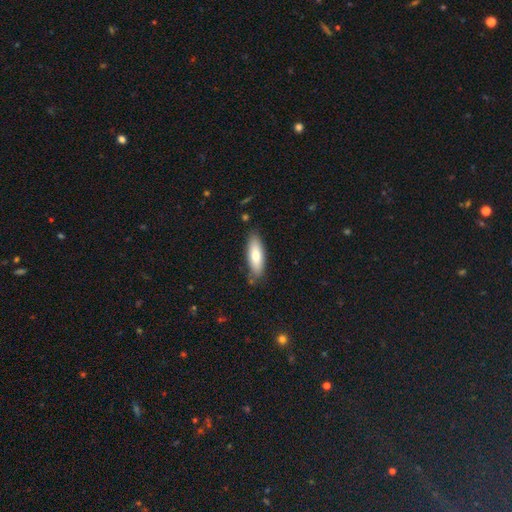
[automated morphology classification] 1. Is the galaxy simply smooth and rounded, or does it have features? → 74% smooth, 20% featured or disk, 6% star or artifact.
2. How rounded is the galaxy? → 60% in between, 38% cigar-shaped, 2% round.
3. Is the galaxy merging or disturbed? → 81% none, 14% minor disturbance, 3% major disturbance, 2% merger.